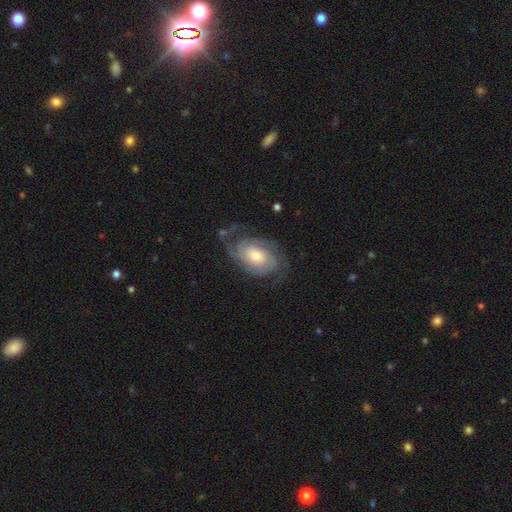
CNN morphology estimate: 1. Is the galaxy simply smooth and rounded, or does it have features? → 85% featured or disk, 10% smooth, 5% star or artifact.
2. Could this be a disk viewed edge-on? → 96% no, 4% yes.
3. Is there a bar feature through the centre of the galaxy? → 68% no, 25% weak, 6% strong.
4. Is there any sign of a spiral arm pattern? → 96% yes, 4% no.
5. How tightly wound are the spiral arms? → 63% tight, 30% medium, 7% loose.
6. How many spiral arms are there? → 59% 2, 16% can't tell, 14% 3, 4% 1, 4% 4, 3% more than 4.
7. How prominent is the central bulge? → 58% moderate, 26% small, 12% large, 2% none, 2% dominant.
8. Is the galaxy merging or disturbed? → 71% none, 17% minor disturbance, 11% major disturbance, 2% merger.